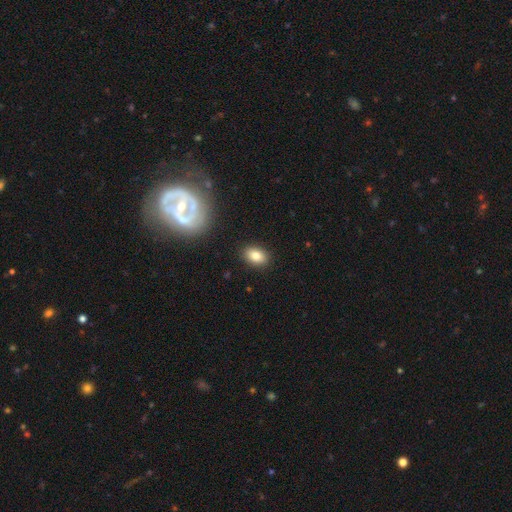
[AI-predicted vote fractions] smooth-or-featured: smooth: 82% | star or artifact: 9% | featured or disk: 9%
  how-rounded: in between: 83% | round: 15% | cigar-shaped: 1%
  merging: none: 88% | minor disturbance: 8% | major disturbance: 2% | merger: 1%